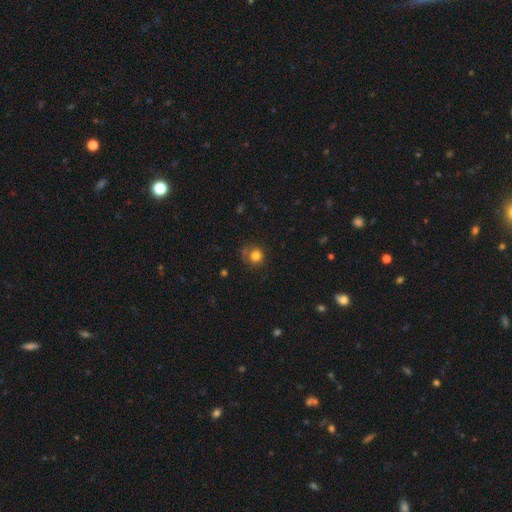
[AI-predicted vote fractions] Overall: smooth (81%). How rounded: round (89%). Merging: none (69%).